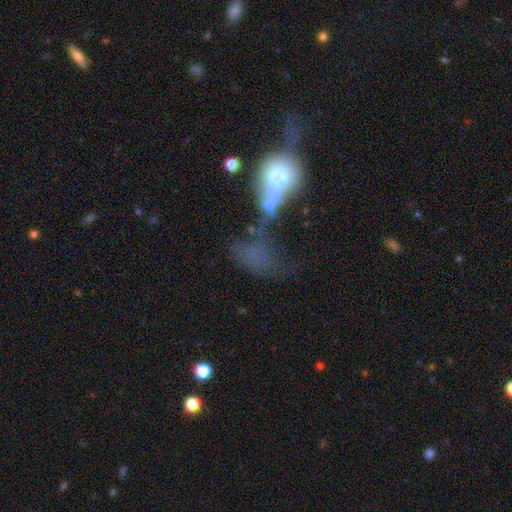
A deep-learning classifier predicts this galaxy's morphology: Smooth or featured? smooth (47%)
Merging? major disturbance (39%)